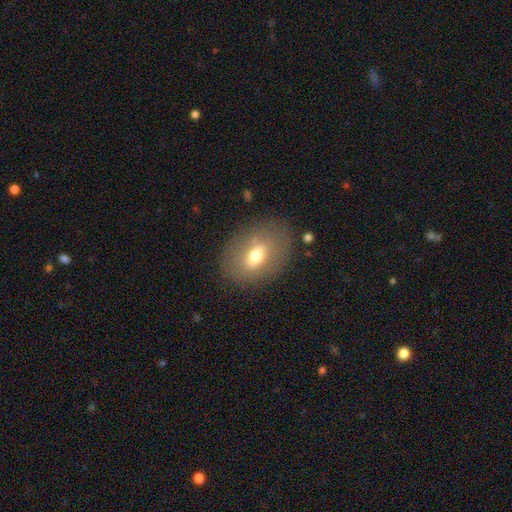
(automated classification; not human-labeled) Smooth or featured? smooth (60%)
How rounded? in between (78%)
Merging? none (80%)